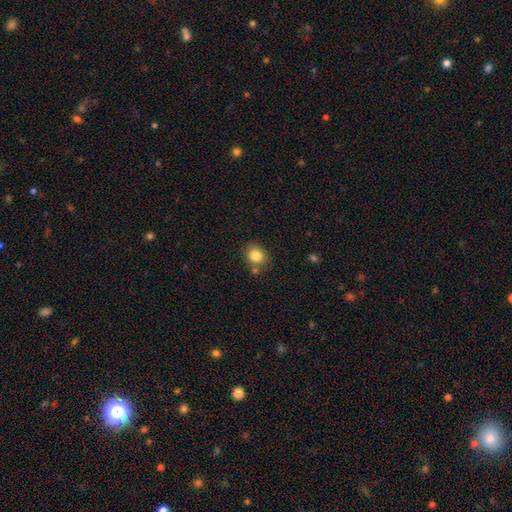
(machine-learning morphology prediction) Overall: smooth (83%). How rounded: round (73%). Merging: none (73%).